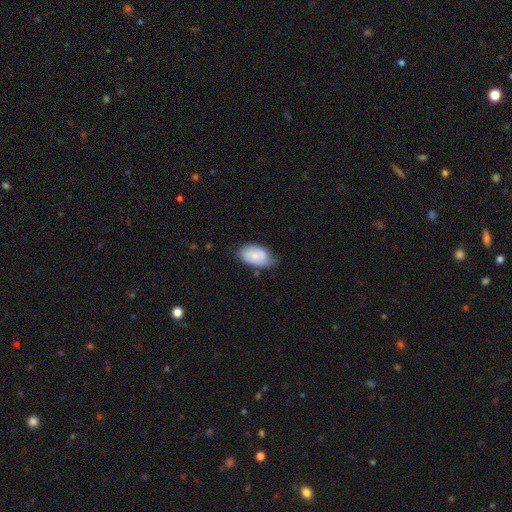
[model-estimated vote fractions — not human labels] Smooth or featured: smooth — 60% (featured or disk — 33%)
How rounded: in between — 93% (round — 6%)
Merging: none — 60% (minor disturbance — 31%)